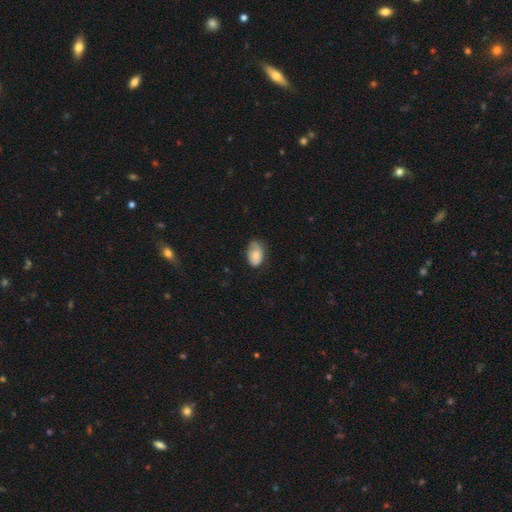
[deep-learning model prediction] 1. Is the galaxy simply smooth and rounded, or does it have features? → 73% smooth, 20% featured or disk, 7% star or artifact.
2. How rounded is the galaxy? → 88% in between, 11% round, 1% cigar-shaped.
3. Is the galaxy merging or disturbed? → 54% none, 35% minor disturbance, 10% major disturbance, 2% merger.